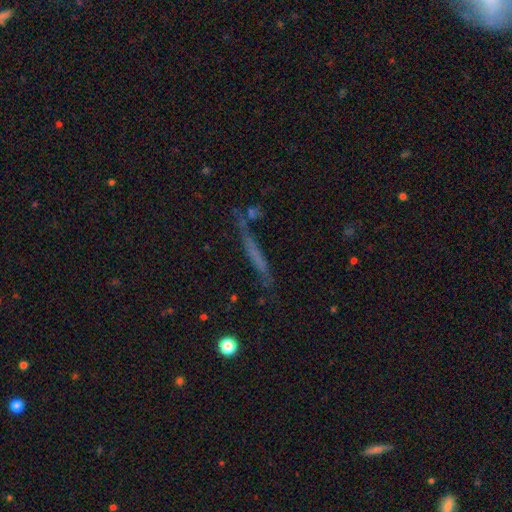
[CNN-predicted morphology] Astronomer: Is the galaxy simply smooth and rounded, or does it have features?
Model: smooth — 45% (runner-up: featured or disk, 41%).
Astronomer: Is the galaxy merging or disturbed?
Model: none — 72%.